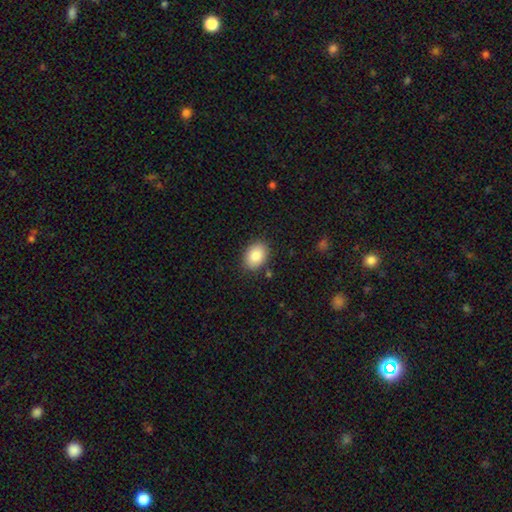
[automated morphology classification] smooth-or-featured: smooth: 85% | star or artifact: 7% | featured or disk: 7%
  how-rounded: in between: 74% | round: 25% | cigar-shaped: 1%
  merging: none: 85% | minor disturbance: 10% | major disturbance: 3% | merger: 2%